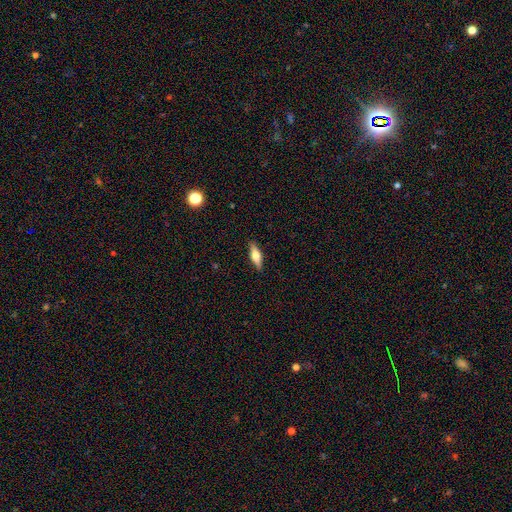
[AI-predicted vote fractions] Smooth or featured? smooth (53%)
How rounded? cigar-shaped (51%)
Merging? none (89%)